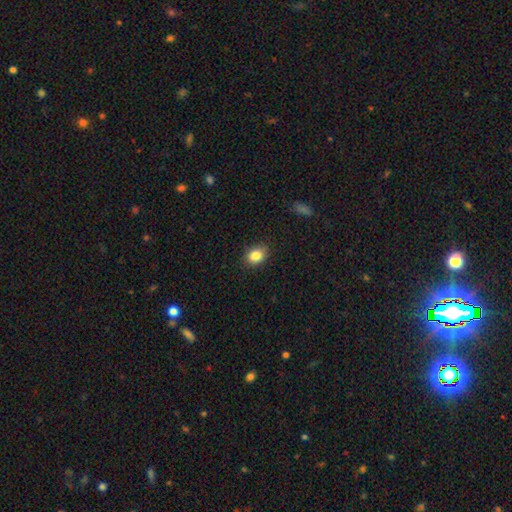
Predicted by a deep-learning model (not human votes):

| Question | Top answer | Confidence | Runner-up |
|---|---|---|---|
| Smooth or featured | smooth | 85% | star or artifact (9%) |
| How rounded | in between | 61% | round (38%) |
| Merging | none | 86% | minor disturbance (11%) |